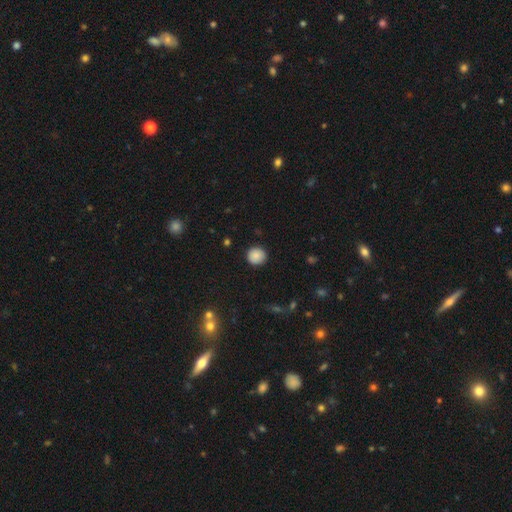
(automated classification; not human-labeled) smooth 87%, star or artifact 9%, featured or disk 4%. Down the decision tree: how rounded — round (93%); merging — none (90%).